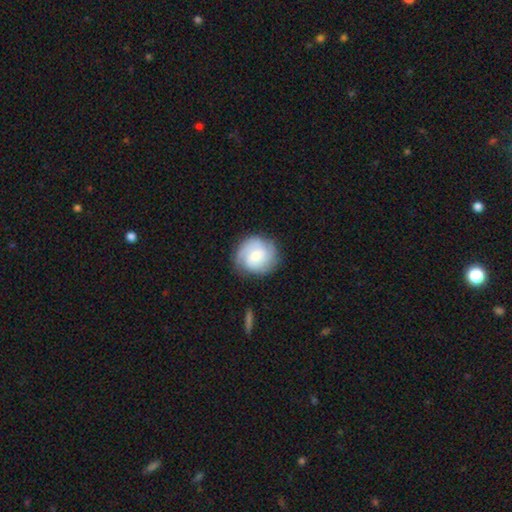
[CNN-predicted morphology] featured or disk 60%, smooth 34%, star or artifact 6%. Down the decision tree: edge-on disk — no (98%); bar — no (58%); spiral arms — yes (89%); spiral arm count — 2 (37%); spiral winding — tight (55%); bulge size — moderate (55%); merging — none (75%).